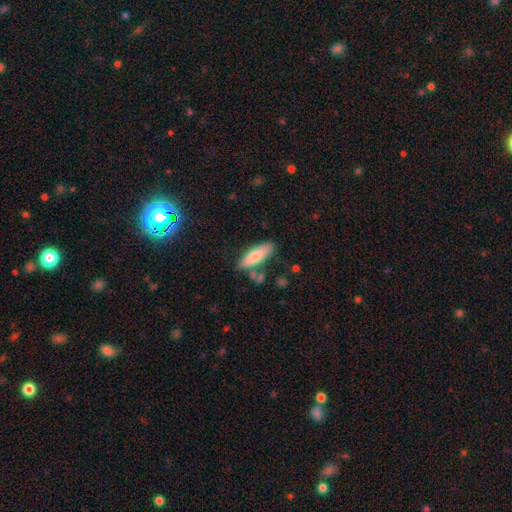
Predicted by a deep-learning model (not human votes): smooth 76%, featured or disk 18%, star or artifact 6%. Down the decision tree: how rounded — in between (53%); merging — none (74%).